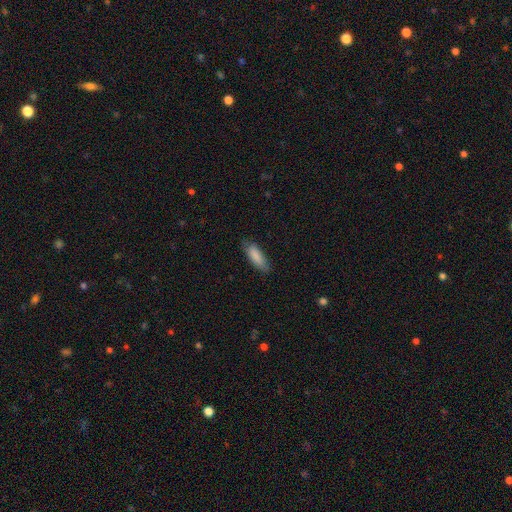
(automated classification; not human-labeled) smooth_or_featured: smooth (p=0.87) [alt: featured or disk p=0.07]
how_rounded: in between (p=0.58) [alt: cigar-shaped p=0.41]
merging: none (p=0.80) [alt: minor disturbance p=0.16]